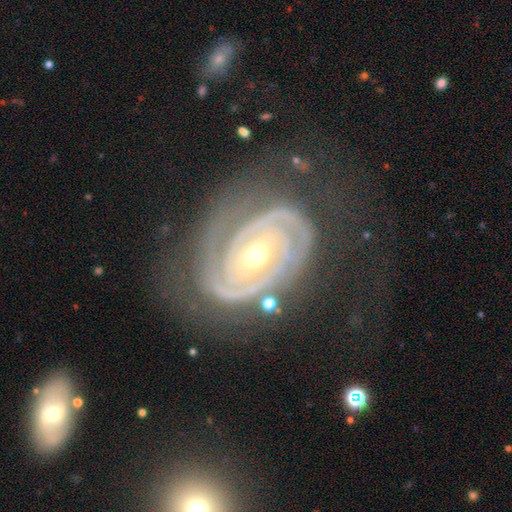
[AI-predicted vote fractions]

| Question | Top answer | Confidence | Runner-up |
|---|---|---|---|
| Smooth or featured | featured or disk | 92% | star or artifact (5%) |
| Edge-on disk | no | 97% | yes (3%) |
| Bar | no | 48% | weak (30%) |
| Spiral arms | yes | 98% | no (2%) |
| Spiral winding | tight | 82% | medium (15%) |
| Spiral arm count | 2 | 67% | 3 (14%) |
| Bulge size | moderate | 52% | small (44%) |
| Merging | none | 68% | minor disturbance (18%) |